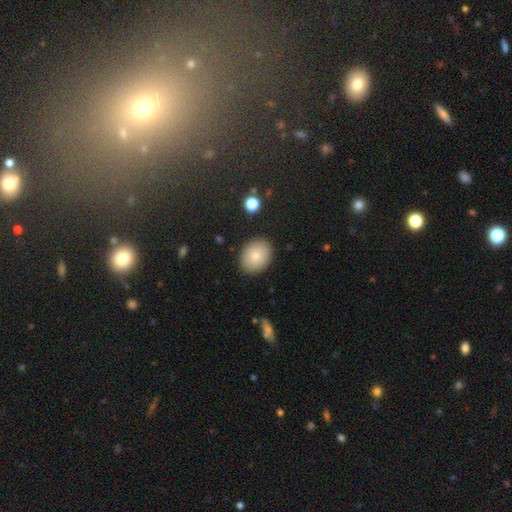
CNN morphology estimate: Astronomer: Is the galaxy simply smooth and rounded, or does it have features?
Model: smooth — 83%.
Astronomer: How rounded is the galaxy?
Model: in between — 55% (runner-up: round, 44%).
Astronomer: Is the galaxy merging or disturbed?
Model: none — 88%.